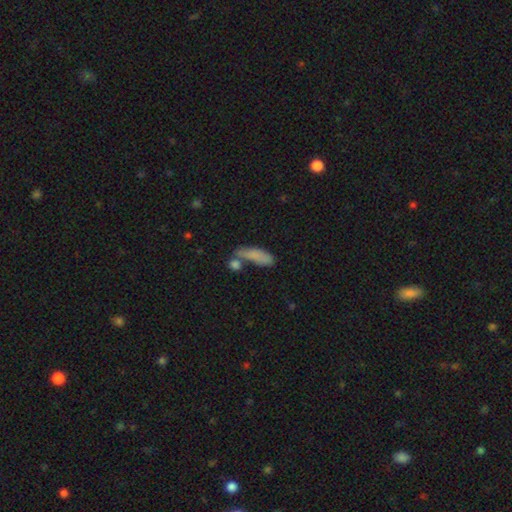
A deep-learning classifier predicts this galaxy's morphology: Smooth or featured? Predicted: smooth (p=0.79). How rounded? Predicted: cigar-shaped (p=0.50). Merging? Predicted: none (p=0.46).